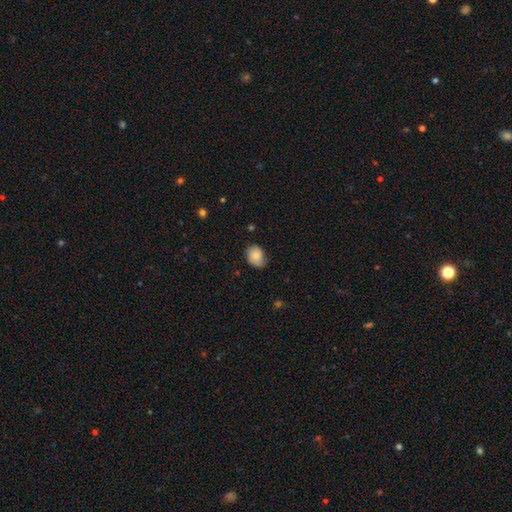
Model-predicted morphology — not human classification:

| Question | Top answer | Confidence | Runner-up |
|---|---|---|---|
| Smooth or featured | smooth | 77% | featured or disk (15%) |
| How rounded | in between | 61% | round (38%) |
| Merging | none | 61% | minor disturbance (32%) |